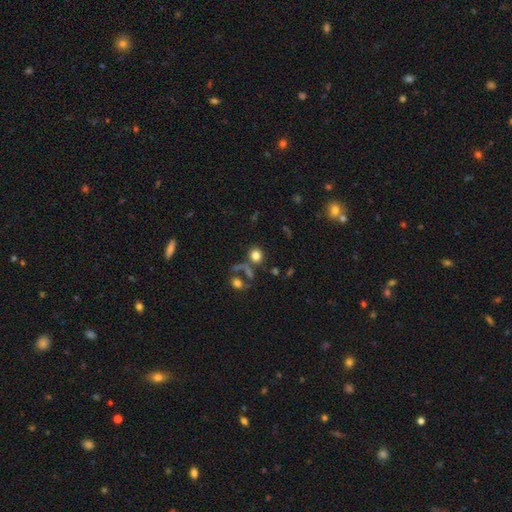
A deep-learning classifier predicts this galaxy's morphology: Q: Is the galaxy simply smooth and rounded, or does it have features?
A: smooth — 77%.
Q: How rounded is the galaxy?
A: round — 85%.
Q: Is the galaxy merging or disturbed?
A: none — 62%.